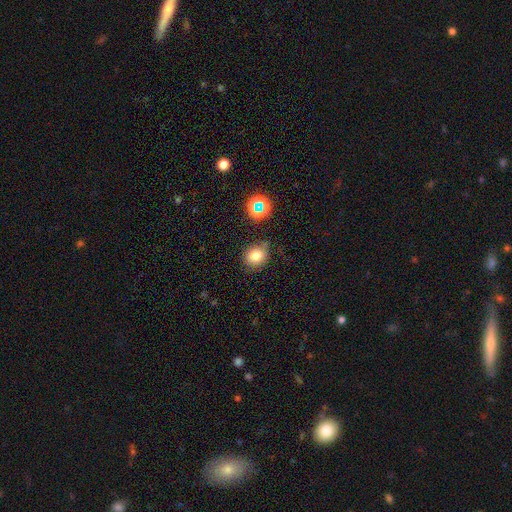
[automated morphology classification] A smooth galaxy with no disk features (76%) that is round (67%). Merging: none (75%).